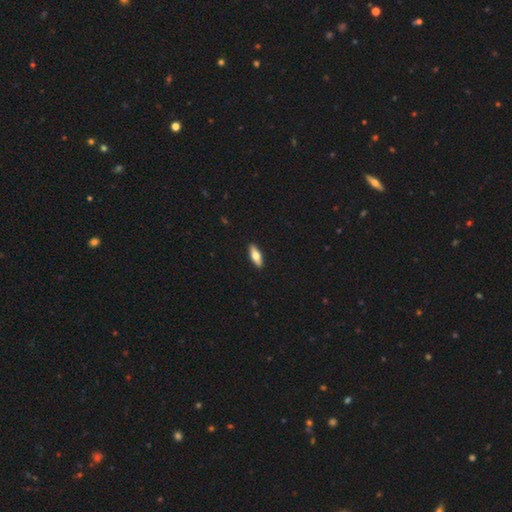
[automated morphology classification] Q: Smooth or featured?
A: smooth (63%); runner-up: featured or disk (32%)
Q: How rounded?
A: in between (54%); runner-up: cigar-shaped (43%)
Q: Merging?
A: none (91%); runner-up: minor disturbance (6%)